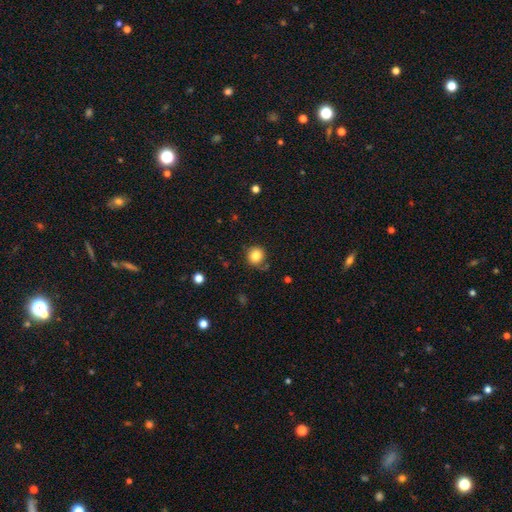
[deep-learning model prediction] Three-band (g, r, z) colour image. It shows a smooth galaxy with no disk features (84%) that is round (91%). Merging: none (80%).